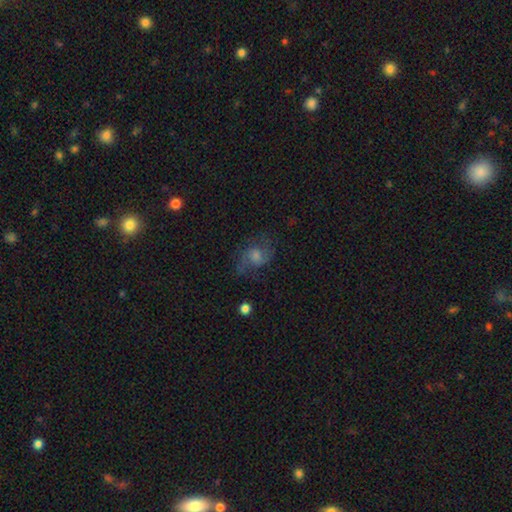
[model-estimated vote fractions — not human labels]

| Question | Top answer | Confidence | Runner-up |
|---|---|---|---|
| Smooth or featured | featured or disk | 61% | smooth (25%) |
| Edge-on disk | no | 97% | yes (3%) |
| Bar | no | 58% | weak (36%) |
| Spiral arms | yes | 90% | no (10%) |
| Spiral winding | medium | 48% | loose (37%) |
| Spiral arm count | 2 | 79% | can't tell (10%) |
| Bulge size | moderate | 44% | small (30%) |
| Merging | none | 66% | minor disturbance (18%) |